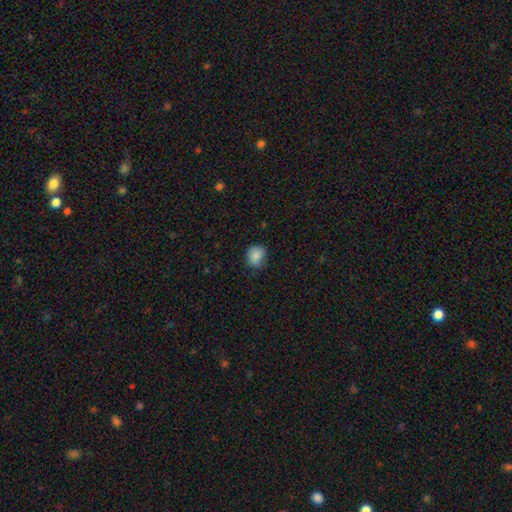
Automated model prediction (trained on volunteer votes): Smooth or featured?
  - smooth: 87% *
  - star or artifact: 9%
  - featured or disk: 5%
How rounded?
  - round: 70% *
  - in between: 29%
  - cigar-shaped: 1%
Merging?
  - none: 72% *
  - minor disturbance: 22%
  - major disturbance: 5%
  - merger: 1%